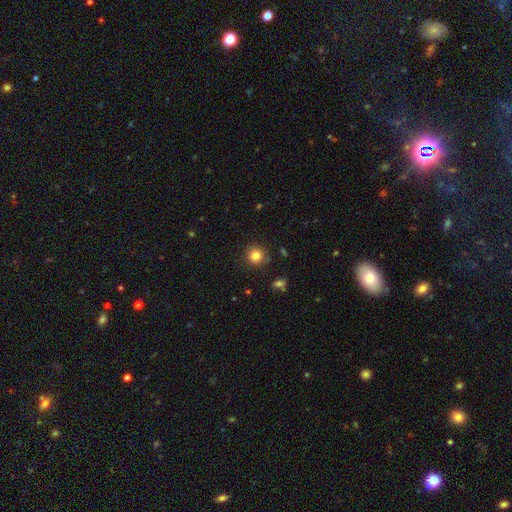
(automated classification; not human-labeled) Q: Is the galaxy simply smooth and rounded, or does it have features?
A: smooth — 82%.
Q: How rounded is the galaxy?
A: round — 94%.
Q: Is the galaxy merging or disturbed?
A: none — 89%.